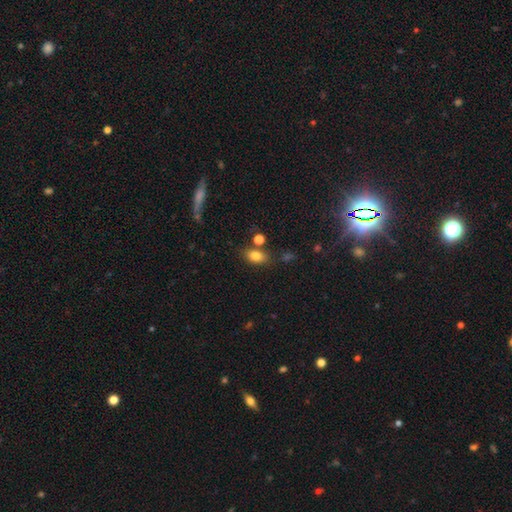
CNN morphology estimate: A smooth galaxy with no disk features (82%) that is in between round and cigar-shaped (83%). Merging: none (71%).